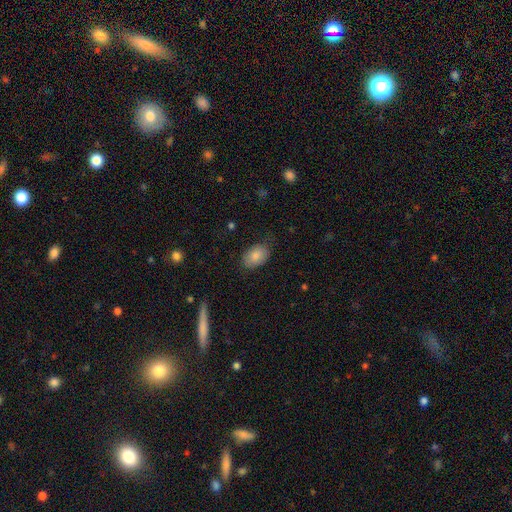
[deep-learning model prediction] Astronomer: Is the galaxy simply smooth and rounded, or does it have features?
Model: smooth — 84%.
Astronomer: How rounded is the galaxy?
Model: in between — 87%.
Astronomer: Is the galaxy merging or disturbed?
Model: none — 76%.